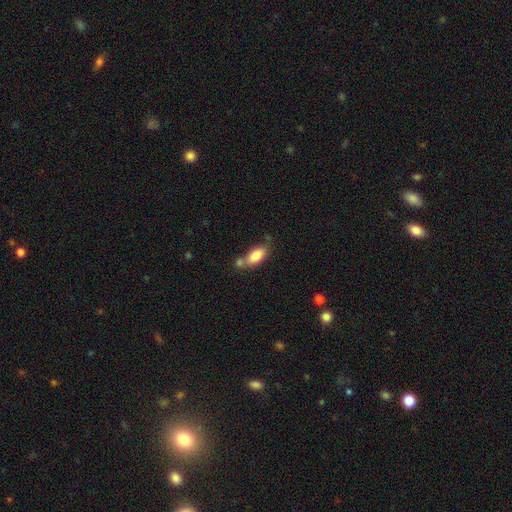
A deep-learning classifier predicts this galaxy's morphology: This appears to be a smooth galaxy with no disk features (81%) that is in between round and cigar-shaped (87%). Merging: none (49%).